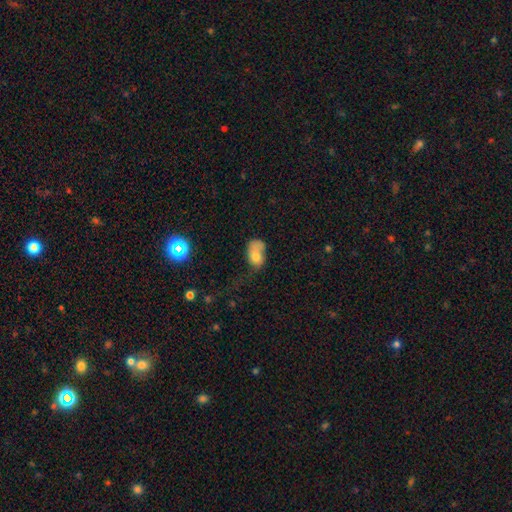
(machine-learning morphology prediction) smooth 69%, featured or disk 20%, star or artifact 11%. Down the decision tree: how rounded — in between (83%); merging — major disturbance (35%).